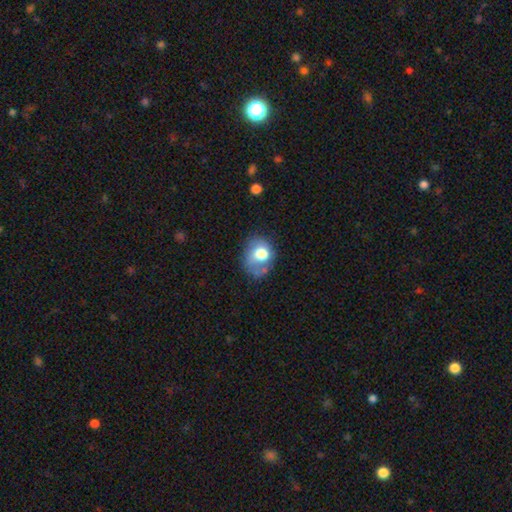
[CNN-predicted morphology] A smooth galaxy with no disk features (63%) that is round (56%). Merging: none (50%).